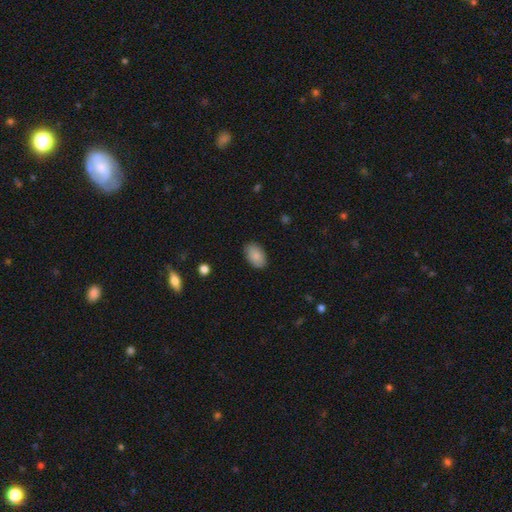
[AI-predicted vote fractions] A smooth galaxy with no disk features (87%) that is in between round and cigar-shaped (92%). Merging: none (87%).